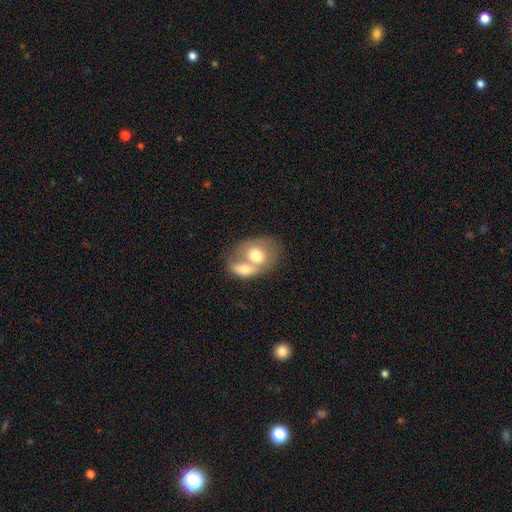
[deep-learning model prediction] This appears to be a smooth galaxy with no disk features (68%) that is in between round and cigar-shaped (68%). Merging: merger (65%).